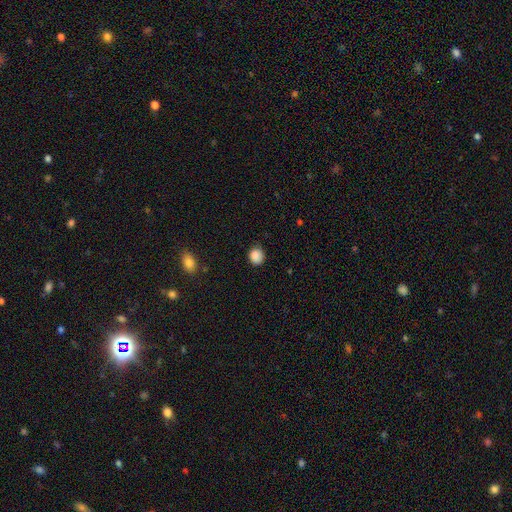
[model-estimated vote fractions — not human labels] This appears to be a smooth galaxy with no disk features (88%) that is round (75%). Merging: none (80%).